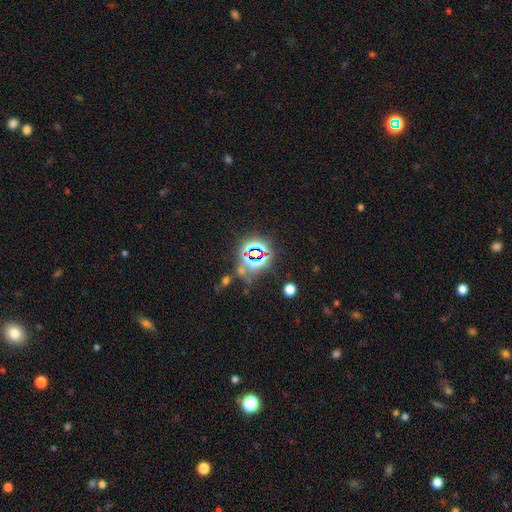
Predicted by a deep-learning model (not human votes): Smooth or featured? star or artifact (72%)